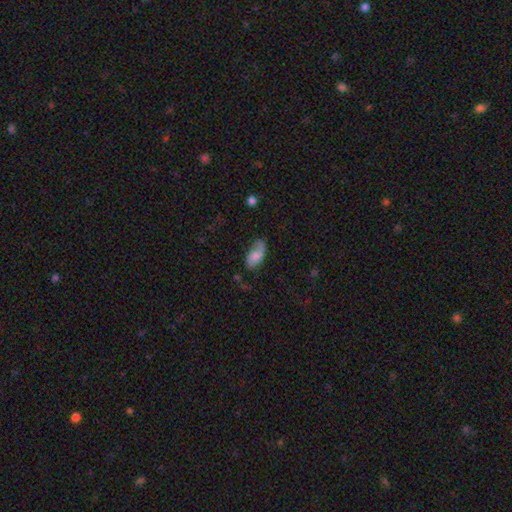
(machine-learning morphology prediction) A smooth galaxy with no disk features (51%) that is in between round and cigar-shaped (90%). Merging: none (56%).